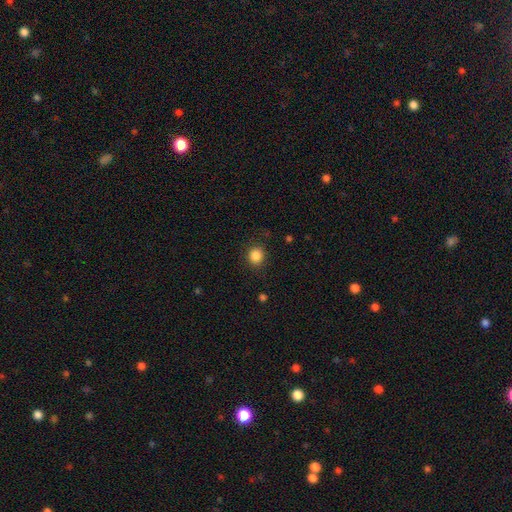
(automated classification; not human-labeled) Smooth or featured? smooth (86%)
How rounded? round (85%)
Merging? none (87%)